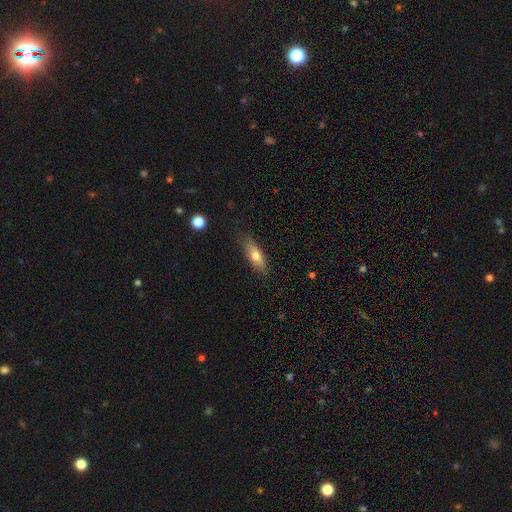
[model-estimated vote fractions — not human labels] Smooth or featured? smooth (72%)
How rounded? in between (55%)
Merging? none (79%)